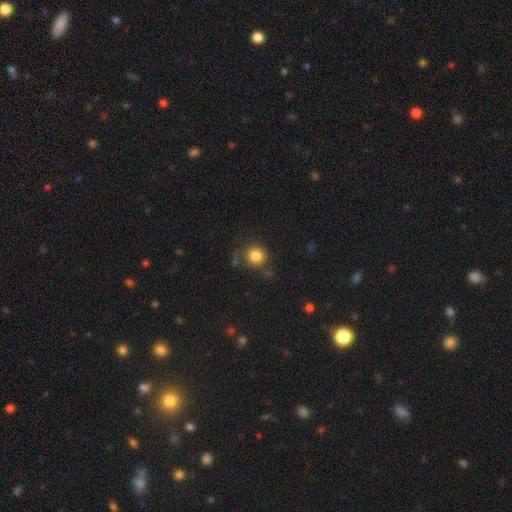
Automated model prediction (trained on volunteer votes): smooth_or_featured: smooth (p=0.83) [alt: star or artifact p=0.11]
how_rounded: round (p=0.89) [alt: in between p=0.10]
merging: none (p=0.74) [alt: minor disturbance p=0.14]